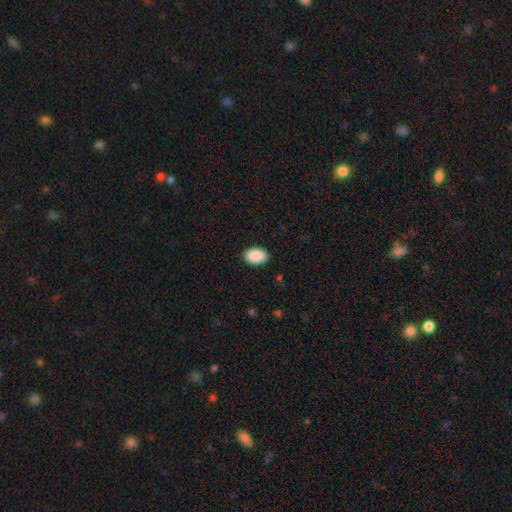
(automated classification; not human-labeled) A smooth galaxy with no disk features (90%) that is in between round and cigar-shaped (91%). Merging: none (89%).